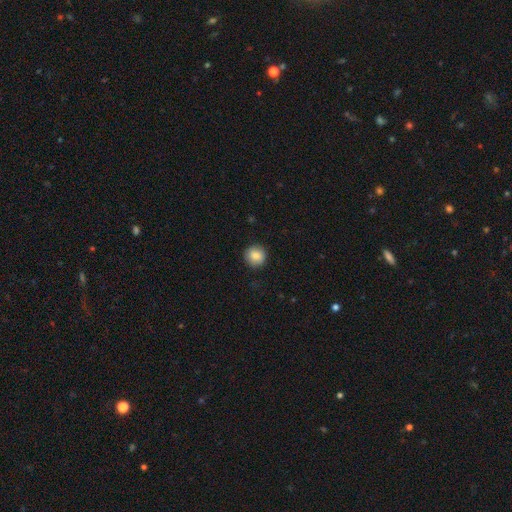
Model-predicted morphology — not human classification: This is clearly a smooth galaxy (86%). How rounded: clearly round (92%). Merging: clearly none (90%).